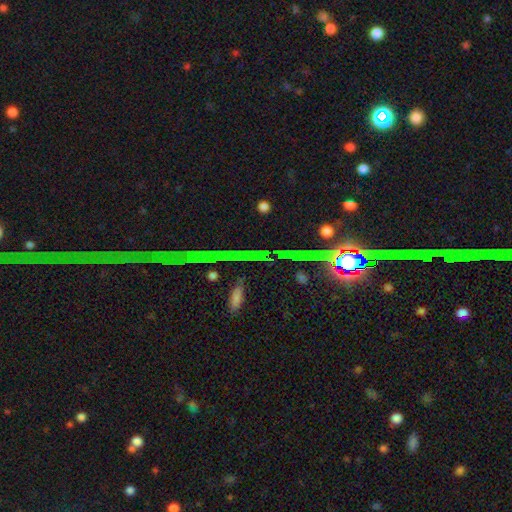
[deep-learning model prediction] smooth-or-featured: star or artifact: 84% | featured or disk: 9% | smooth: 7%